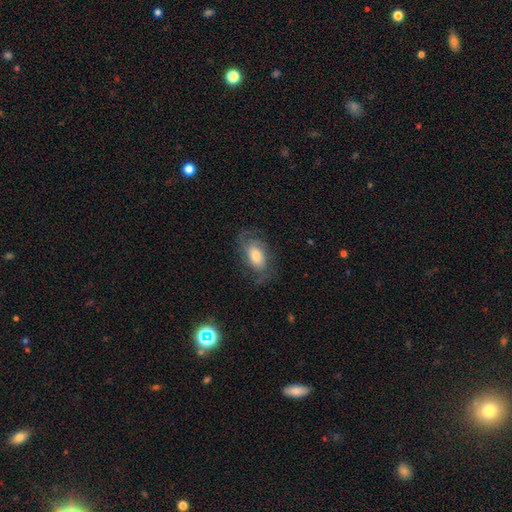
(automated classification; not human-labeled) A featured or disk galaxy (63%) with no bar (62%), 2 (48%) tight (42%, tied with medium) spiral arms (87%) and a moderate central bulge (50%). Merging: none (67%).